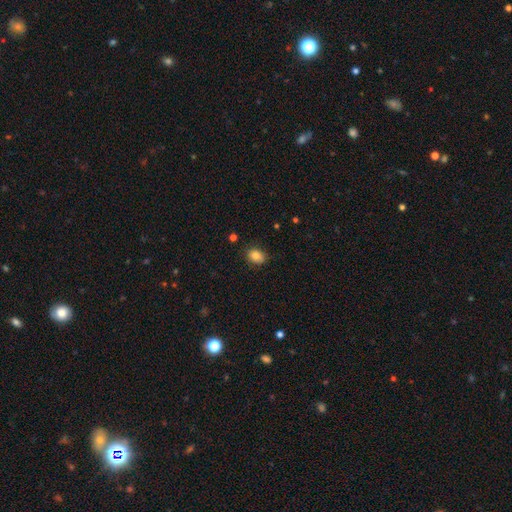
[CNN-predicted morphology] Overall: smooth (82%). How rounded: in between (56%; round 43%). Merging: none (83%).